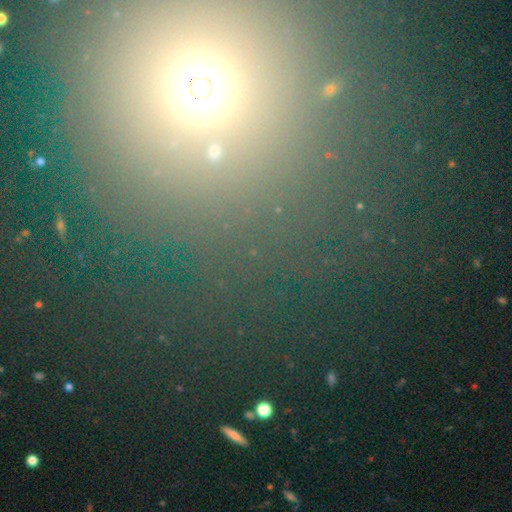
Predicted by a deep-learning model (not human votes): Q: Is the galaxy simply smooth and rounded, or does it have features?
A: star or artifact — 50%.